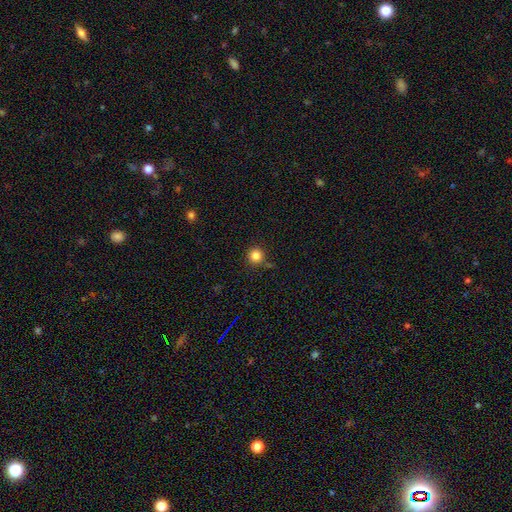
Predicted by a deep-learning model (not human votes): smooth 82%, star or artifact 13%, featured or disk 5%. Down the decision tree: how rounded — round (95%); merging — none (85%).